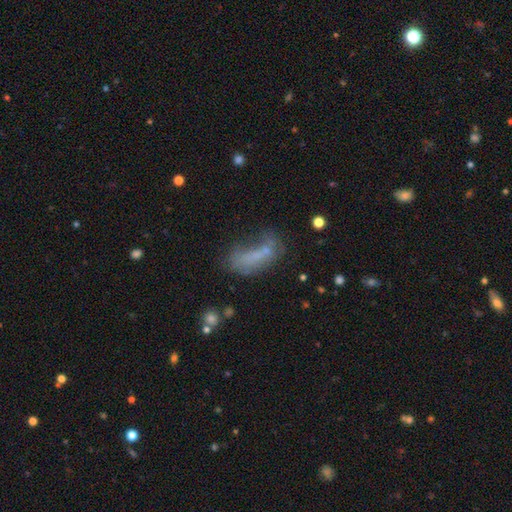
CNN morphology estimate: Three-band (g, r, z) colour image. It shows a smooth galaxy with no disk features (58%) that is in between round and cigar-shaped (68%). Merging: major disturbance (34%).